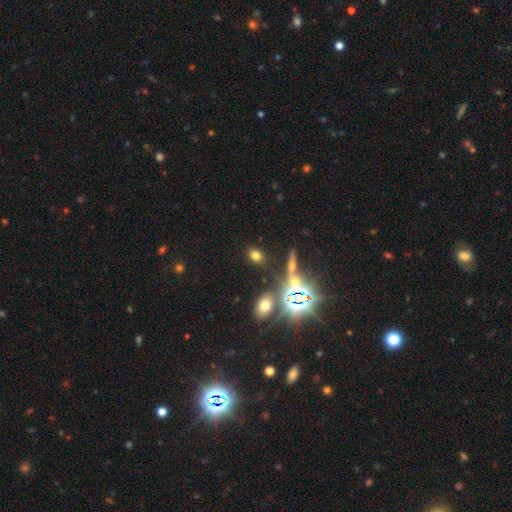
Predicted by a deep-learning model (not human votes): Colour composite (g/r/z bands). It shows a smooth galaxy with no disk features (66%) that is in between round and cigar-shaped (57%). Merging: none (80%).